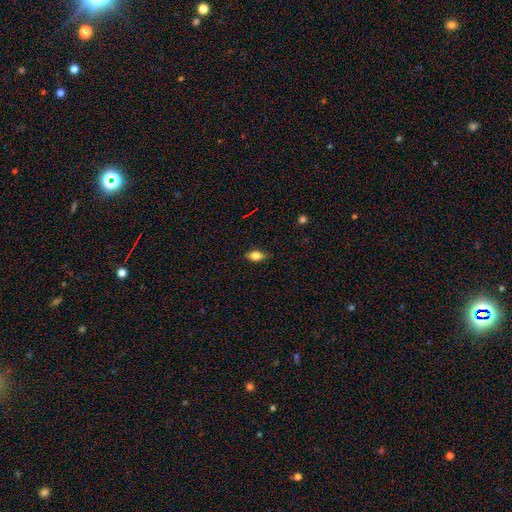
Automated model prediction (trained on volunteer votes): This appears to be a smooth galaxy with no disk features (75%) that is in between round and cigar-shaped (85%). Merging: none (83%).